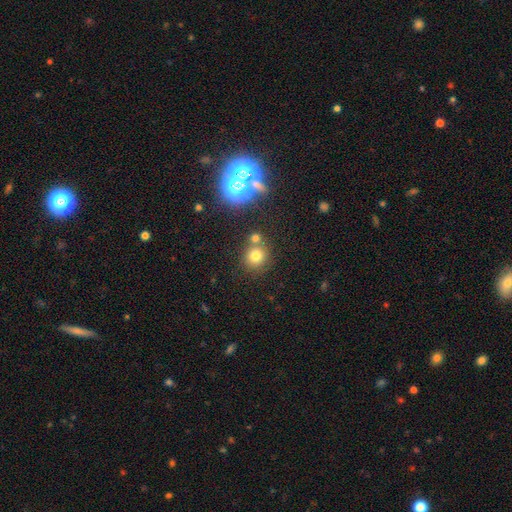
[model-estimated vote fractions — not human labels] smooth 74%, star or artifact 16%, featured or disk 10%. Down the decision tree: how rounded — round (86%); merging — none (62%).